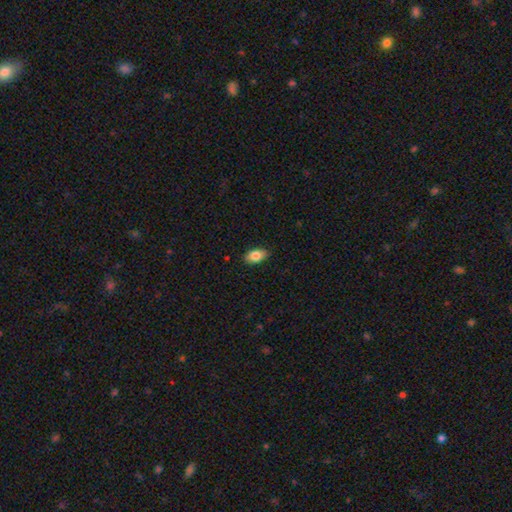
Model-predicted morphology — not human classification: A smooth galaxy with no disk features (83%) that is in between round and cigar-shaped (91%). Merging: none (87%).